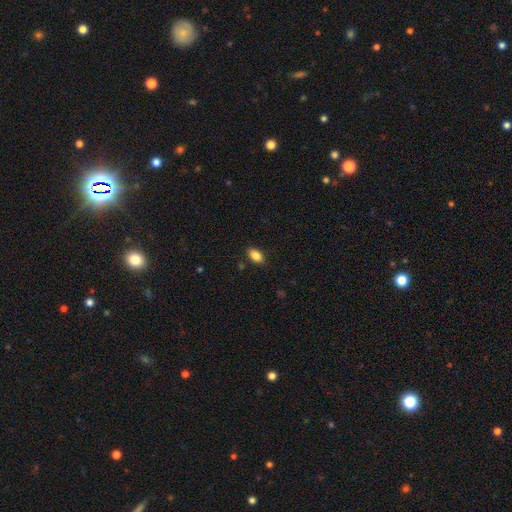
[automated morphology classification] type=smooth (86%); roundness=in between (91%); merging=none (85%).